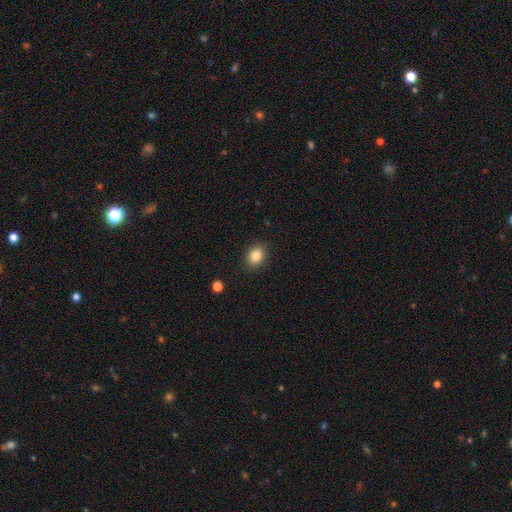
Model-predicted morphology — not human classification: smooth 84%, star or artifact 10%, featured or disk 6%. Down the decision tree: how rounded — in between (57%); merging — none (88%).